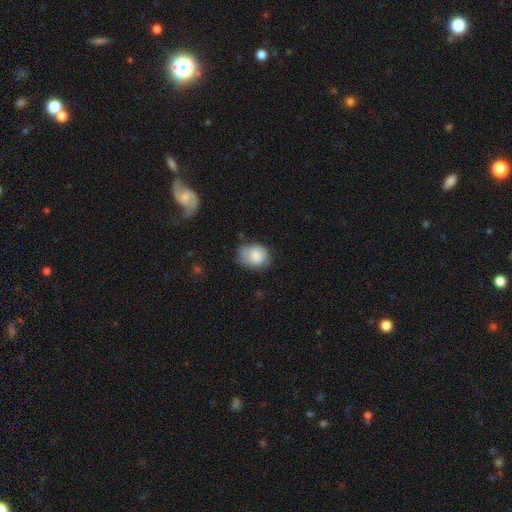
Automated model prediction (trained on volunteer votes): Overall: smooth (81%). How rounded: round (55%; in between 45%). Merging: none (56%; minor disturbance 32%).